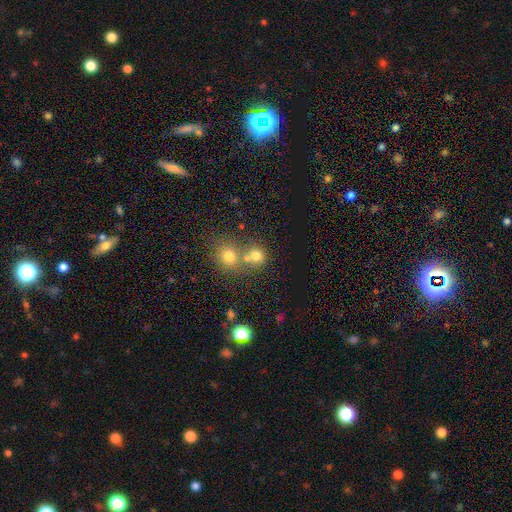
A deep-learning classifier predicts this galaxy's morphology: type=smooth (74%); roundness=round (83%); merging=none (49%).